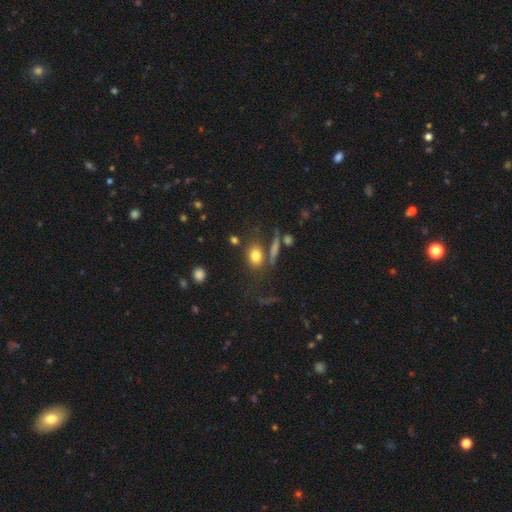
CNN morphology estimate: Smooth or featured: smooth — 78% (featured or disk — 11%)
How rounded: in between — 65% (round — 32%)
Merging: none — 67% (minor disturbance — 13%)